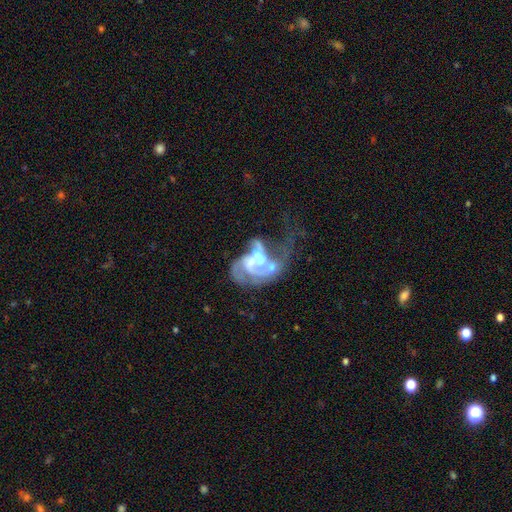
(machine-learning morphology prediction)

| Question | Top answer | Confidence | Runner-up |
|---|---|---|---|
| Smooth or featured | featured or disk | 78% | smooth (12%) |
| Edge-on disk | no | 97% | yes (3%) |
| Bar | no | 61% | weak (29%) |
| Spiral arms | yes | 78% | no (22%) |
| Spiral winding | medium | 38% | loose (35%) |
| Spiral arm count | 2 | 34% | can't tell (31%) |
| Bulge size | moderate | 42% | small (25%) |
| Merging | merger | 46% | major disturbance (33%) |